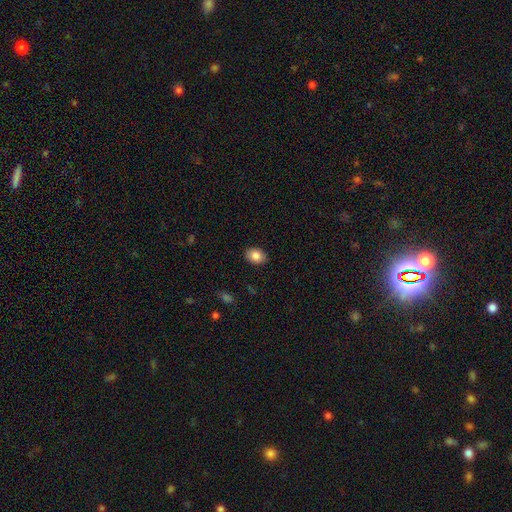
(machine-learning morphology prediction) This appears to be a smooth galaxy with no disk features (85%) that is in between round and cigar-shaped (73%). Merging: none (89%).